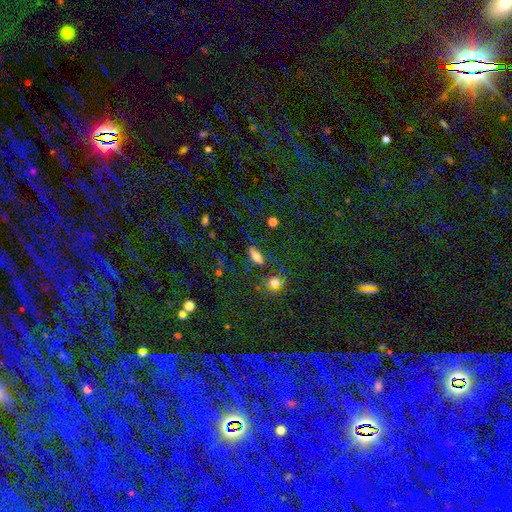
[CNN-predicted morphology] Smooth or featured? smooth (68%)
How rounded? in between (67%)
Merging? none (76%)